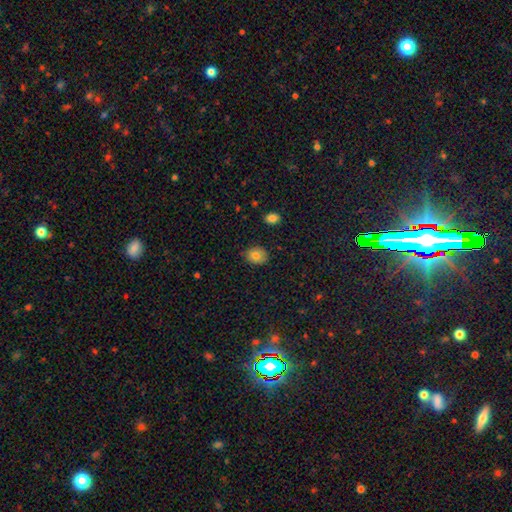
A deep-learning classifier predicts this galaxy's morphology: smooth 80%, featured or disk 10%, star or artifact 9%. Down the decision tree: how rounded — round (55%); merging — none (84%).